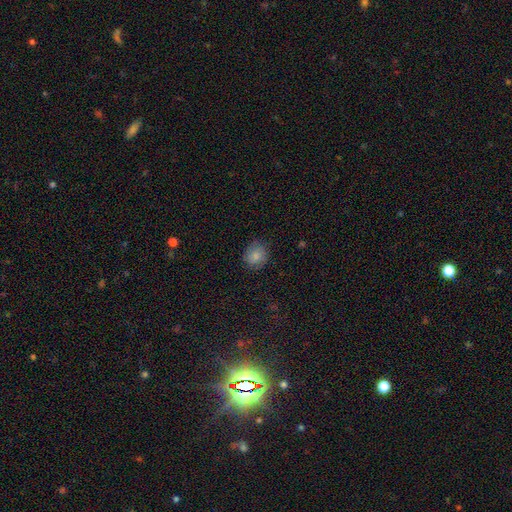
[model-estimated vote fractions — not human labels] smooth_or_featured: smooth (p=0.82) [alt: featured or disk p=0.09]
how_rounded: round (p=0.81) [alt: in between p=0.18]
merging: none (p=0.82) [alt: minor disturbance p=0.14]